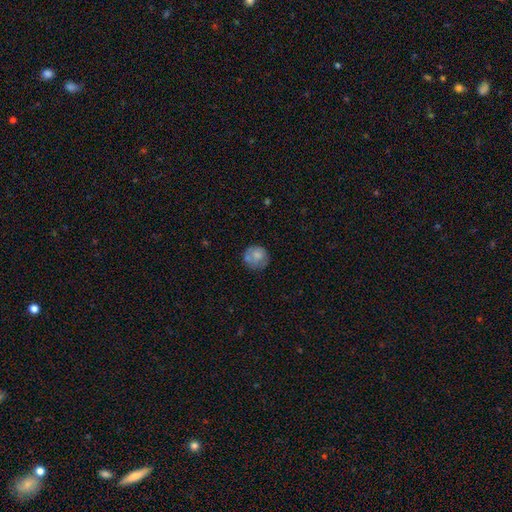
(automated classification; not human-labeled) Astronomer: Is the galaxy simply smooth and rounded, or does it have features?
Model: smooth — 69%.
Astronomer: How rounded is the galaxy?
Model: round — 88%.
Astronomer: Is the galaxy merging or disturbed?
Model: none — 66%.